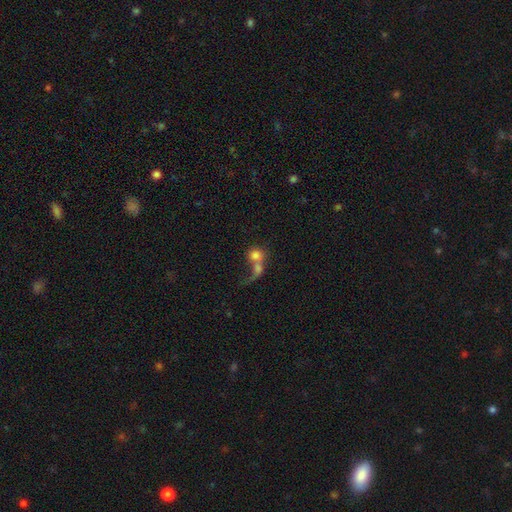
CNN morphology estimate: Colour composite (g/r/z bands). It shows a smooth galaxy with no disk features (67%) that is round (73%). Merging: merger (66%).